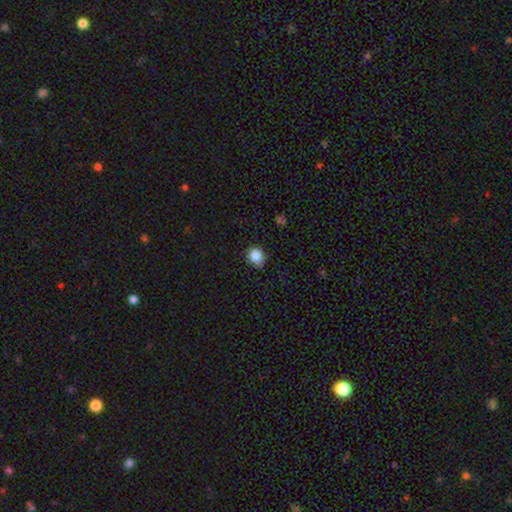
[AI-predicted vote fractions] The model was most divided on "how rounded": round: 77%, in between: 22%, cigar-shaped: 1%. More confident: smooth or featured — smooth (86%); merging — none (76%).